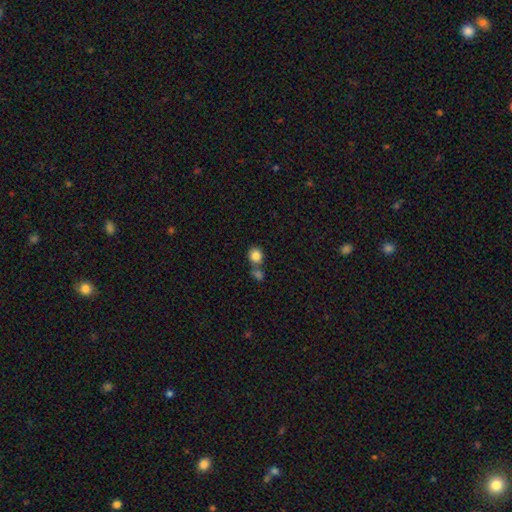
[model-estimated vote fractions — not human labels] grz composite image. It shows a smooth galaxy with no disk features (84%) that is round (78%). Merging: none (52%).